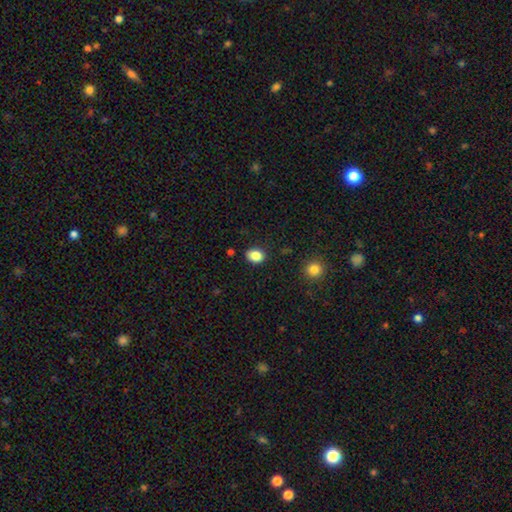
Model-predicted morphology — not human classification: The model was most divided on "how rounded": in between: 55%, round: 44%, cigar-shaped: 1%. More confident: merging — none (87%); smooth or featured — smooth (85%).